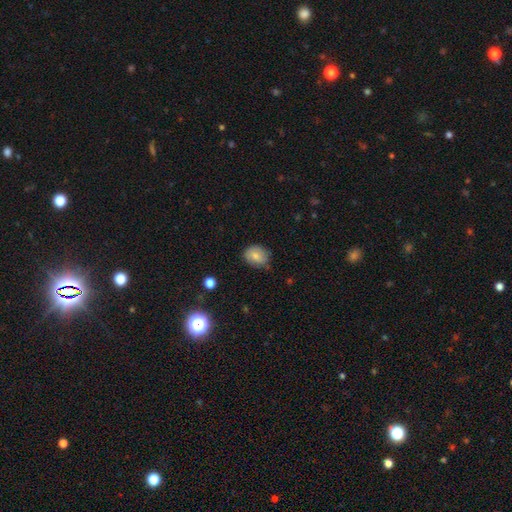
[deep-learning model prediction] A smooth galaxy with no disk features (75%) that is round (55%). Merging: none (69%).